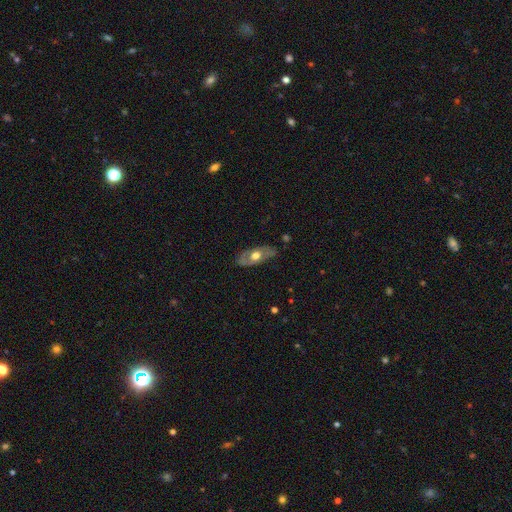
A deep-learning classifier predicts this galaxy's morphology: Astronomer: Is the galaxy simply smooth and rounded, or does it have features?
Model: featured or disk — 55% (runner-up: smooth, 40%).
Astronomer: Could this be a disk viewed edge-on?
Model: no — 74%.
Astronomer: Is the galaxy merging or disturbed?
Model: none — 75%.